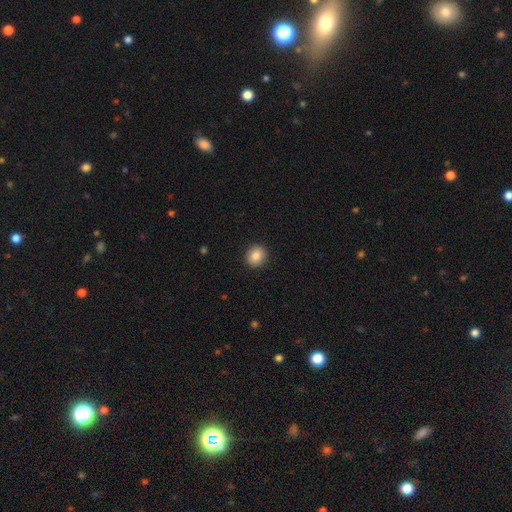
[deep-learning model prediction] Smooth or featured?
  - smooth: 86% *
  - star or artifact: 9%
  - featured or disk: 5%
How rounded?
  - round: 85% *
  - in between: 14%
  - cigar-shaped: 1%
Merging?
  - none: 92% *
  - minor disturbance: 6%
  - major disturbance: 2%
  - merger: 1%